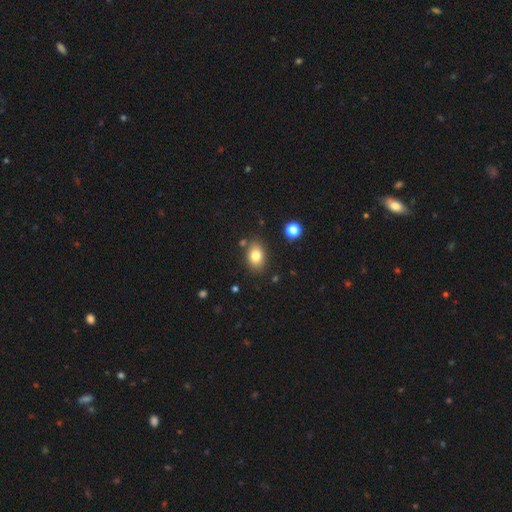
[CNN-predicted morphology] smooth-or-featured: smooth: 80% | featured or disk: 11% | star or artifact: 10%
  how-rounded: in between: 79% | round: 20% | cigar-shaped: 1%
  merging: none: 81% | minor disturbance: 11% | merger: 5% | major disturbance: 3%